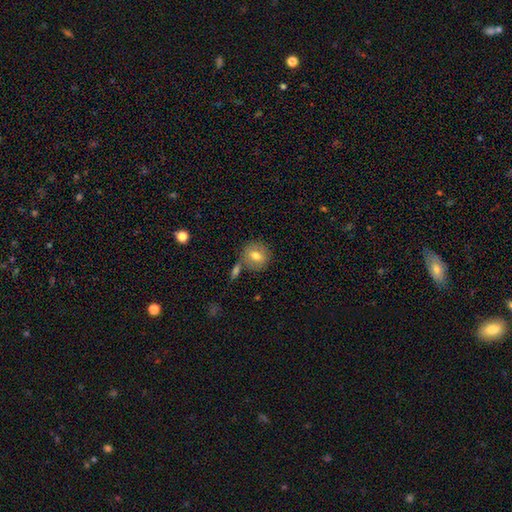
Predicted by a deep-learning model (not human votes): smooth 73%, featured or disk 19%, star or artifact 8%. Down the decision tree: how rounded — round (83%); merging — none (69%).